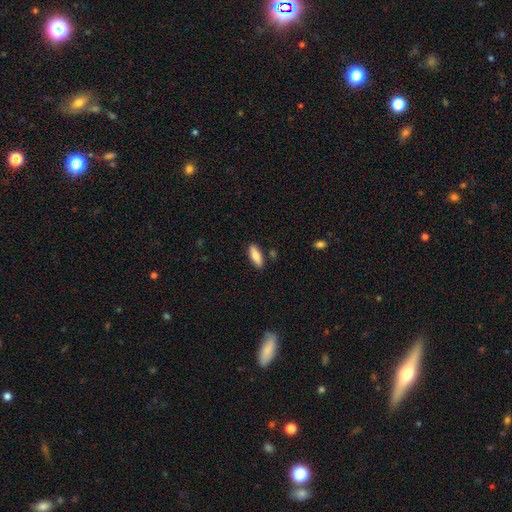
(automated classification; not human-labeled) smooth-or-featured: smooth: 79% | featured or disk: 15% | star or artifact: 6%
  how-rounded: in between: 69% | cigar-shaped: 29% | round: 2%
  merging: none: 86% | minor disturbance: 10% | merger: 3% | major disturbance: 2%